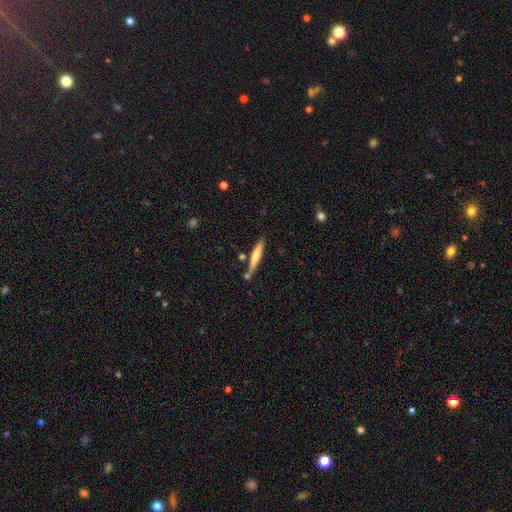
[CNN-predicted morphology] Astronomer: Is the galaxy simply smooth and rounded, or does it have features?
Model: smooth — 59% (runner-up: featured or disk, 35%).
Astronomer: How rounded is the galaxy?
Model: cigar-shaped — 92%.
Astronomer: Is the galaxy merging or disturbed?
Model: none — 74%.